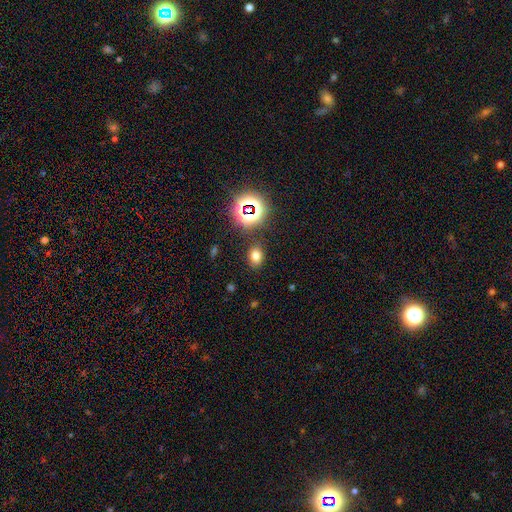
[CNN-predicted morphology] Smooth or featured?
  - smooth: 71% *
  - star or artifact: 22%
  - featured or disk: 7%
How rounded?
  - in between: 65% *
  - round: 33%
  - cigar-shaped: 1%
Merging?
  - none: 83% *
  - minor disturbance: 10%
  - major disturbance: 3%
  - merger: 3%